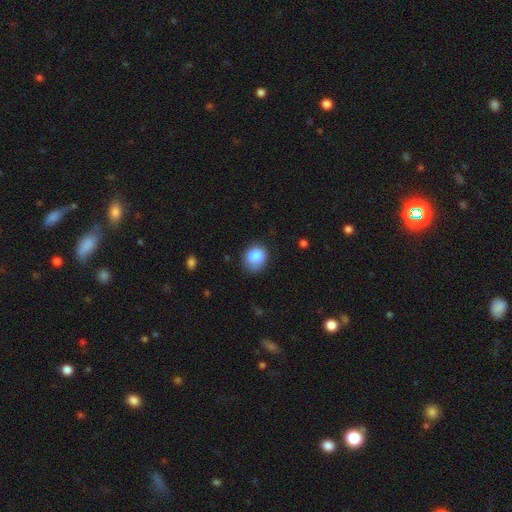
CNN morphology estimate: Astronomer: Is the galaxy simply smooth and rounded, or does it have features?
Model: smooth — 83%.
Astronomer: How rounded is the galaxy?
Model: round — 71%.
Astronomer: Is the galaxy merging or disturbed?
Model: none — 70%.